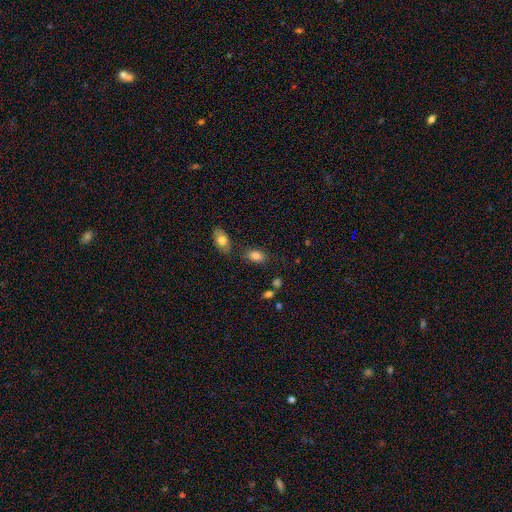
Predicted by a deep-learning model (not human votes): smooth_or_featured: smooth (p=0.84) [alt: star or artifact p=0.09]
how_rounded: in between (p=0.89) [alt: round p=0.09]
merging: none (p=0.76) [alt: minor disturbance p=0.13]